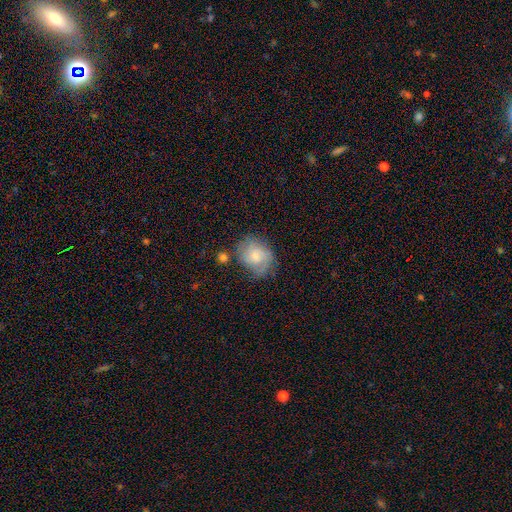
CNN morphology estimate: A smooth galaxy with no disk features (55%) that is round (50%).

Vote fractions:
- Smooth or featured? smooth: 55% / featured or disk: 37% / star or artifact: 8%
- How rounded? round: 50% / in between: 49% / cigar-shaped: 1%
- Merging? none: 58% / minor disturbance: 26% / major disturbance: 10% / merger: 6%